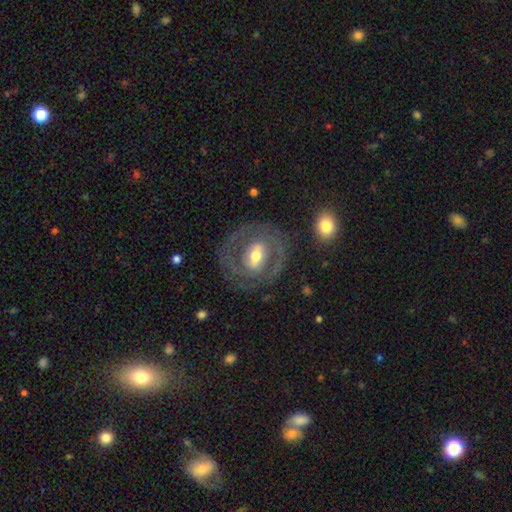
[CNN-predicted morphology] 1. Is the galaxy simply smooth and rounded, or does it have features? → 79% featured or disk, 15% smooth, 5% star or artifact.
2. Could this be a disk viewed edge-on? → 95% no, 5% yes.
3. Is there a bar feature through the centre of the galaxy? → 40% weak, 39% strong, 21% no.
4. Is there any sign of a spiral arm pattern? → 75% yes, 25% no.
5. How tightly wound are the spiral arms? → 55% tight, 35% medium, 11% loose.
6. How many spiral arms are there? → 66% 2, 18% can't tell, 6% 3, 5% 1, 3% 4, 2% more than 4.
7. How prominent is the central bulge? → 65% moderate, 21% small, 11% large, 1% dominant, 1% none.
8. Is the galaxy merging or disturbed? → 76% none, 13% minor disturbance, 9% major disturbance, 2% merger.